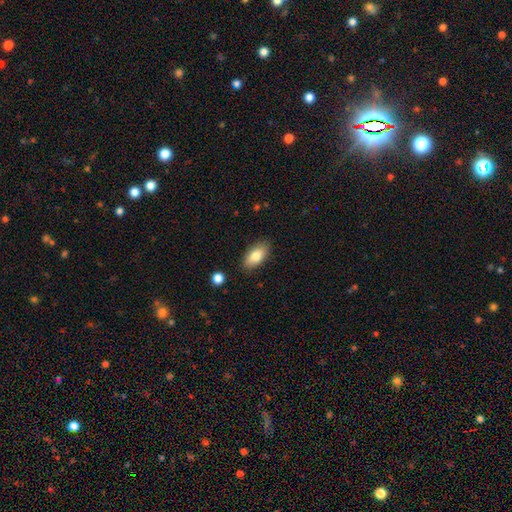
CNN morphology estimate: This appears to be a smooth galaxy with no disk features (81%) that is in between round and cigar-shaped (90%). Merging: none (86%).